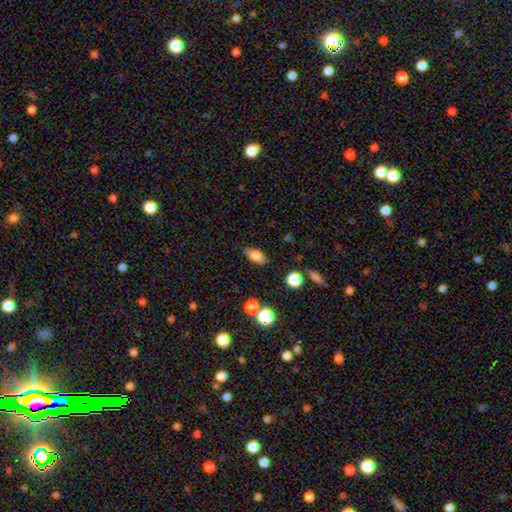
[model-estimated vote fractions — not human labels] Smooth or featured? Predicted: smooth (p=0.79). How rounded? Predicted: in between (p=0.79). Merging? Predicted: none (p=0.82).